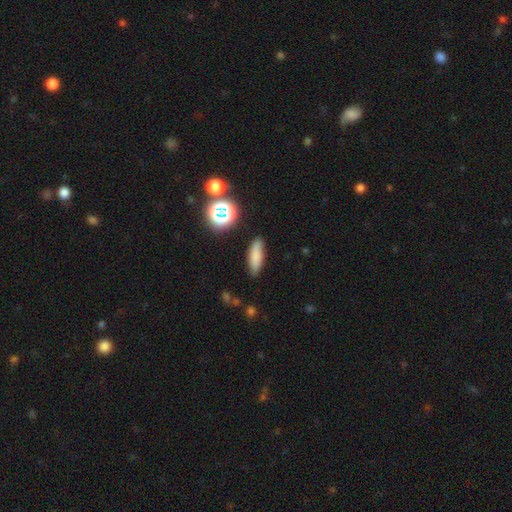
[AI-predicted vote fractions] This appears to be a smooth galaxy with no disk features (76%) that is in between round and cigar-shaped (48%, tied with cigar-shaped). Merging: none (81%).